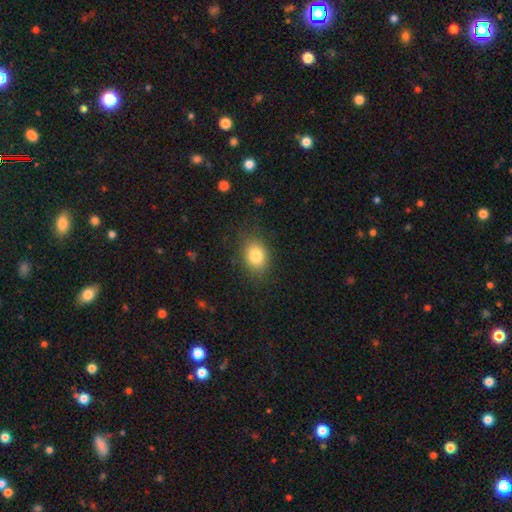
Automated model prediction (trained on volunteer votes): smooth-or-featured: smooth: 81% | star or artifact: 10% | featured or disk: 9%
  how-rounded: in between: 59% | round: 40% | cigar-shaped: 1%
  merging: none: 83% | minor disturbance: 12% | major disturbance: 4% | merger: 1%